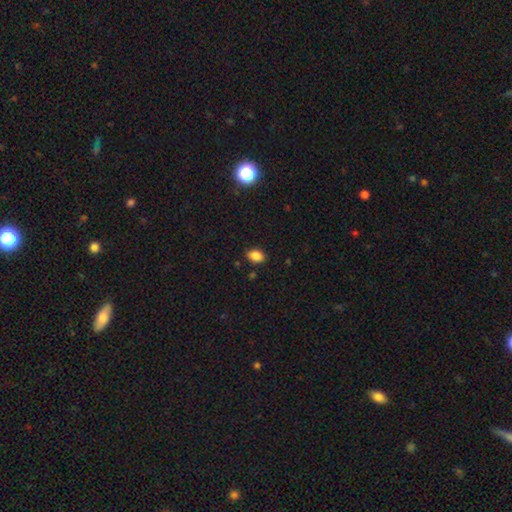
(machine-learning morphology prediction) Smooth or featured: smooth — 86% (star or artifact — 10%)
How rounded: in between — 80% (round — 18%)
Merging: none — 86% (minor disturbance — 10%)